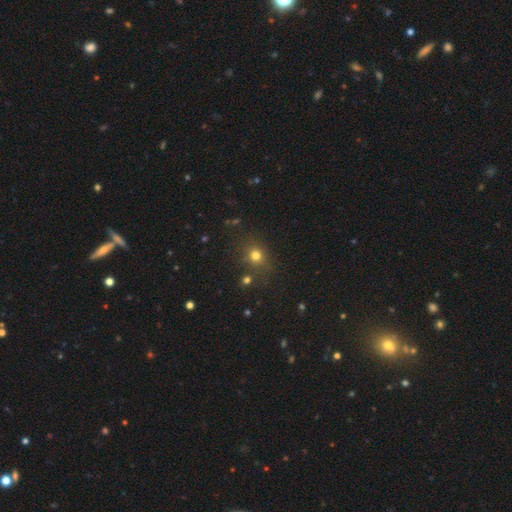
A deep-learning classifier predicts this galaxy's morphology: smooth_or_featured: smooth (p=0.74) [alt: star or artifact p=0.19]
how_rounded: round (p=0.78) [alt: in between p=0.21]
merging: none (p=0.78) [alt: minor disturbance p=0.11]